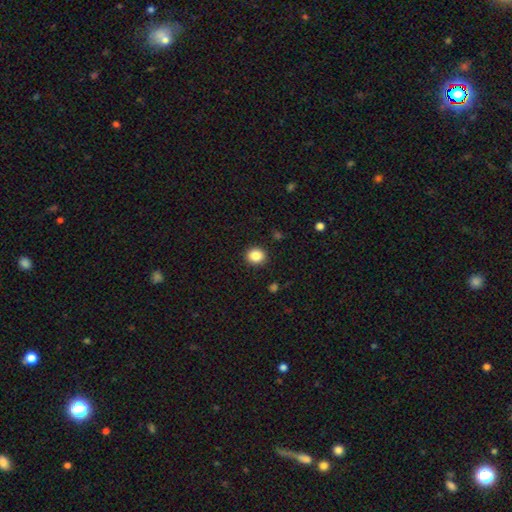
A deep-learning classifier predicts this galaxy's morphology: Smooth or featured?
  - smooth: 87% *
  - star or artifact: 10%
  - featured or disk: 4%
How rounded?
  - round: 78% *
  - in between: 21%
  - cigar-shaped: 1%
Merging?
  - none: 90% *
  - minor disturbance: 7%
  - major disturbance: 2%
  - merger: 1%